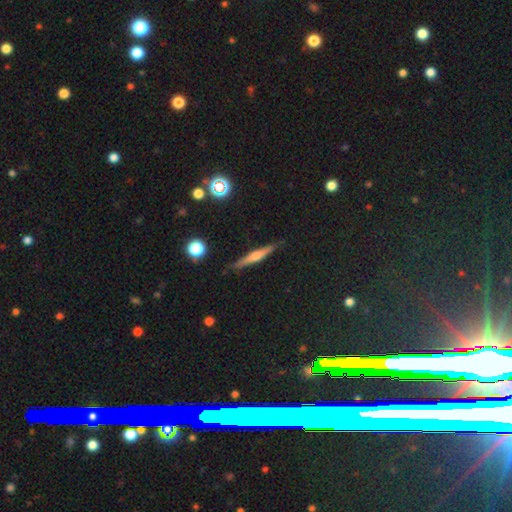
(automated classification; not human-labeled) A featured or disk galaxy (59%) viewed edge-on (97%) with a rounded central bulge (69%). Merging: none (88%).